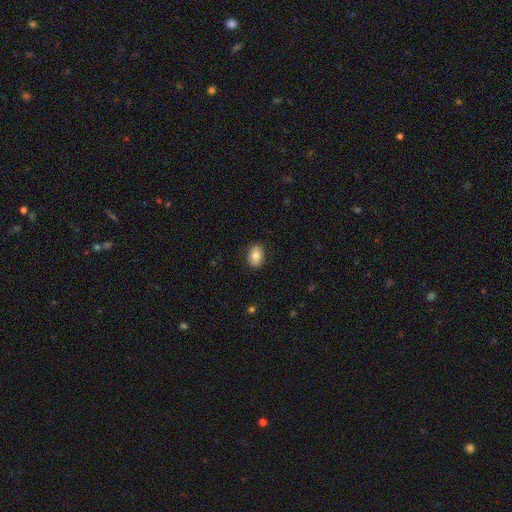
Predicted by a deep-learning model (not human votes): Smooth or featured?
  - smooth: 82% *
  - featured or disk: 10%
  - star or artifact: 8%
How rounded?
  - in between: 78% *
  - round: 21%
  - cigar-shaped: 1%
Merging?
  - none: 88% *
  - minor disturbance: 9%
  - major disturbance: 2%
  - merger: 1%